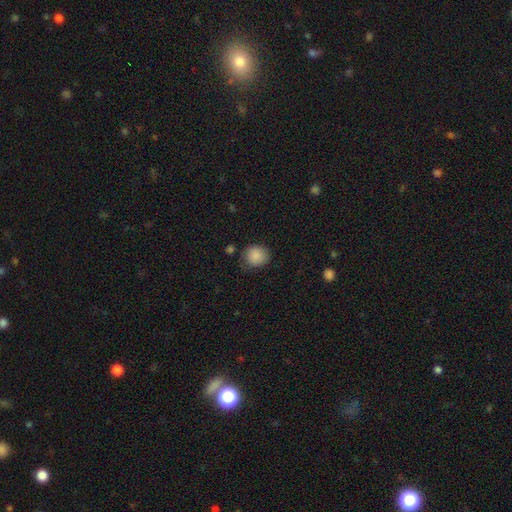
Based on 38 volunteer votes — Q: Smooth or featured?
A: smooth (92%); runner-up: star or artifact (8%)
Q: How rounded?
A: round (63%); runner-up: in between (37%)
Q: Merging?
A: none (69%); runner-up: minor disturbance (26%)